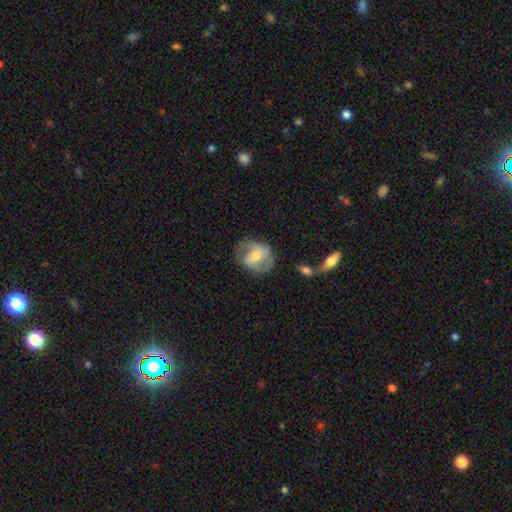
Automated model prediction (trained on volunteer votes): The model was most divided on "bar": weak: 39%, strong: 38%, no: 24%. Remaining: edge-on disk — no (96%); spiral arm count — 2 (81%); spiral arms — yes (79%); smooth or featured — featured or disk (72%); merging — none (70%); bulge size — moderate (66%); spiral winding — medium (48%).